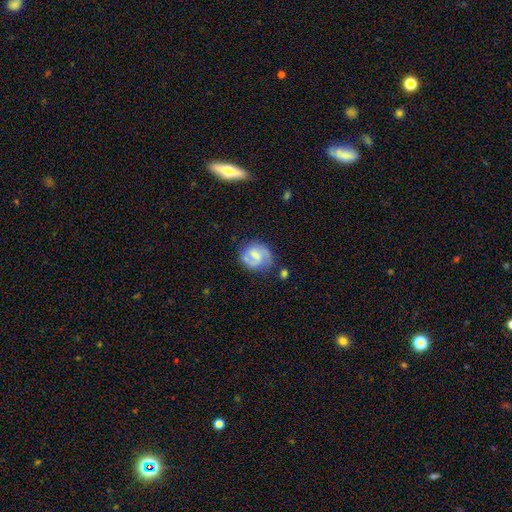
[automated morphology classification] This is likely a featured or disk galaxy (62%). It is clearly not viewed edge-on (98%). Bar: possibly weak (53%). Spiral arm pattern: clearly yes (84%). Spiral arm count: likely 2 (71%). Spiral winding: possibly medium (45%). Central bulge: marginally small (37%). Merging: likely none (64%).